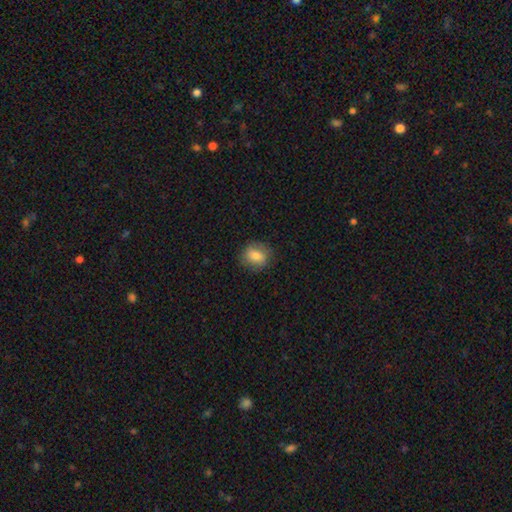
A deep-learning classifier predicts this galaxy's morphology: Smooth or featured: smooth — 78% (featured or disk — 13%)
How rounded: round — 70% (in between — 29%)
Merging: none — 83% (minor disturbance — 12%)